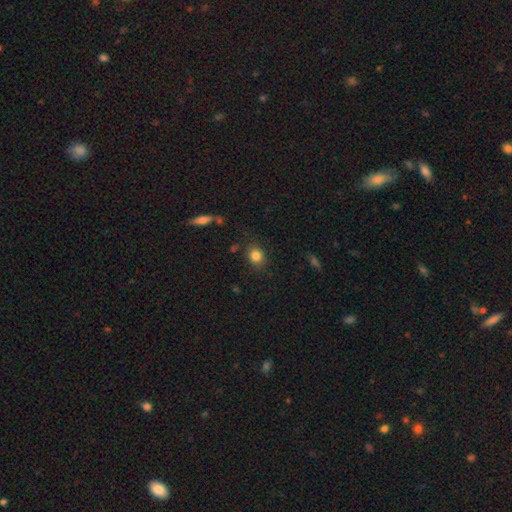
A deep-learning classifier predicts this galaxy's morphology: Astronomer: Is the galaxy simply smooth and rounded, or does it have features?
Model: smooth — 83%.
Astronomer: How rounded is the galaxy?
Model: round — 62%.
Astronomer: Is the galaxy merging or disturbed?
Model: none — 83%.